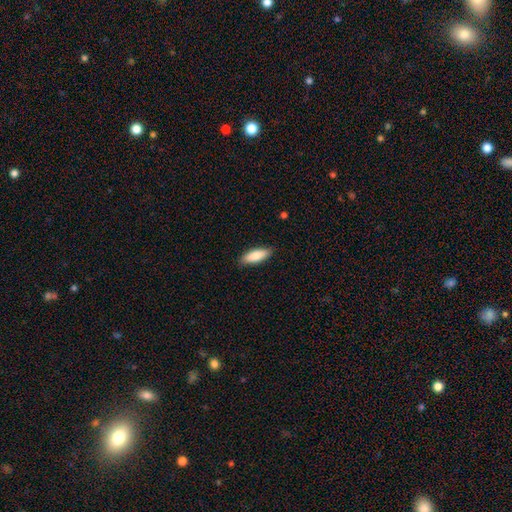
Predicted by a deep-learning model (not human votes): Morphology: type=smooth (84%); roundness=in between (62%); merging=none (88%).